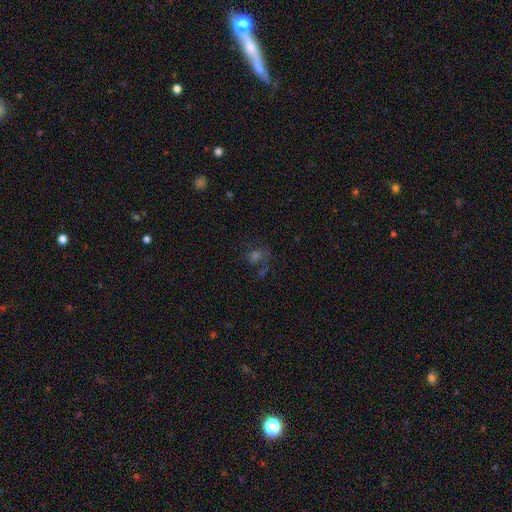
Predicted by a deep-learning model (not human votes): smooth-or-featured: smooth: 38% | star or artifact: 37% | featured or disk: 25%
  merging: none: 52% | major disturbance: 20% | minor disturbance: 16% | merger: 12%